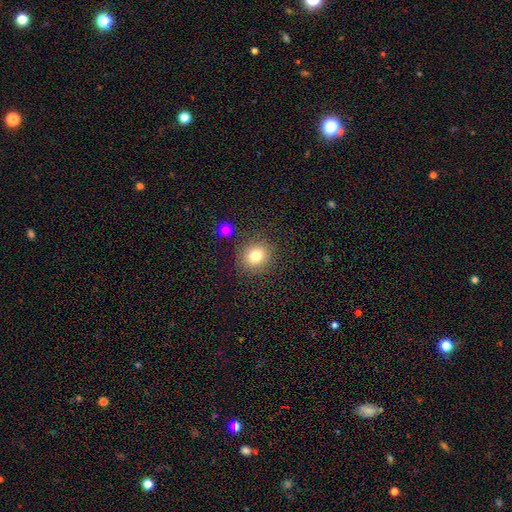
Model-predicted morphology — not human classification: Overall: smooth (78%). How rounded: round (87%). Merging: none (85%).